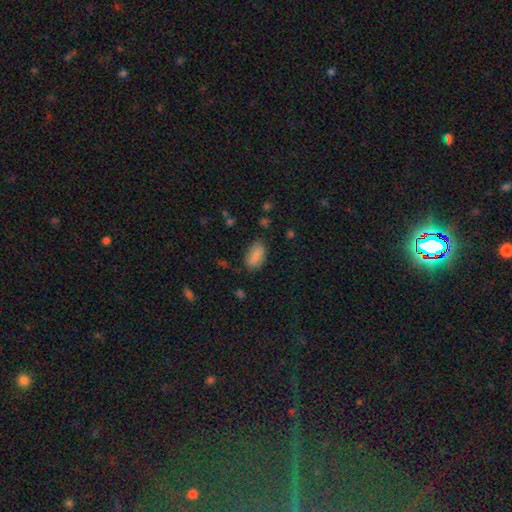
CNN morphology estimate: The model was most divided on "merging": none: 80%, minor disturbance: 15%, major disturbance: 4%, merger: 2%. More confident: how rounded — in between (90%); smooth or featured — smooth (83%).